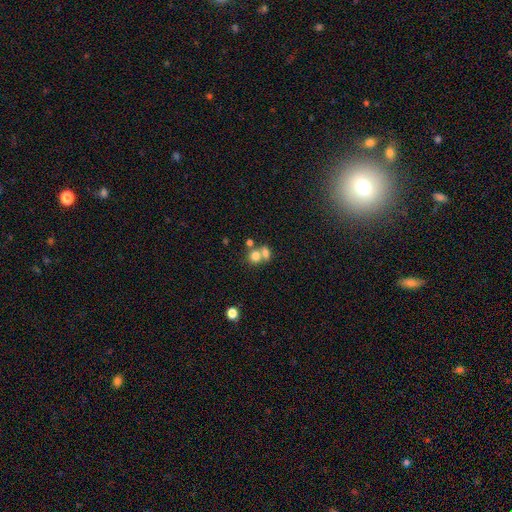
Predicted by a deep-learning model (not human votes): smooth_or_featured: smooth (p=0.74) [alt: featured or disk p=0.13]
how_rounded: round (p=0.68) [alt: in between p=0.30]
merging: merger (p=0.54) [alt: none p=0.34]